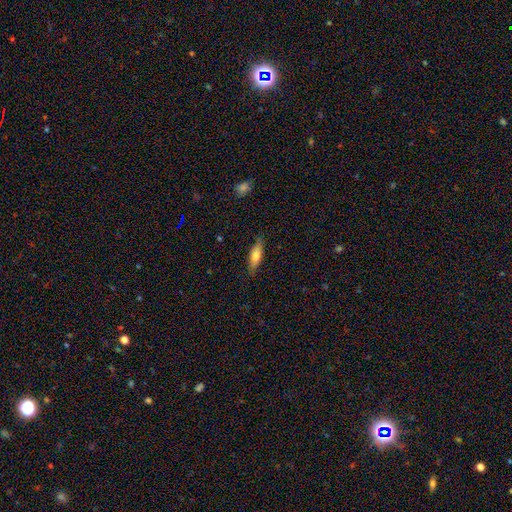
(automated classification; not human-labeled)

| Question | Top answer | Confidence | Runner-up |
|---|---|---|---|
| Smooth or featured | smooth | 70% | featured or disk (24%) |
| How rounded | cigar-shaped | 50% | in between (48%) |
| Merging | none | 84% | minor disturbance (13%) |